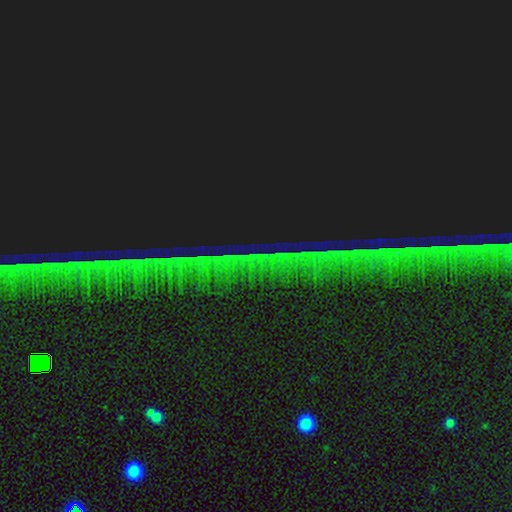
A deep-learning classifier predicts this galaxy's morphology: smooth_or_featured: star or artifact (p=0.85) [alt: featured or disk p=0.08]